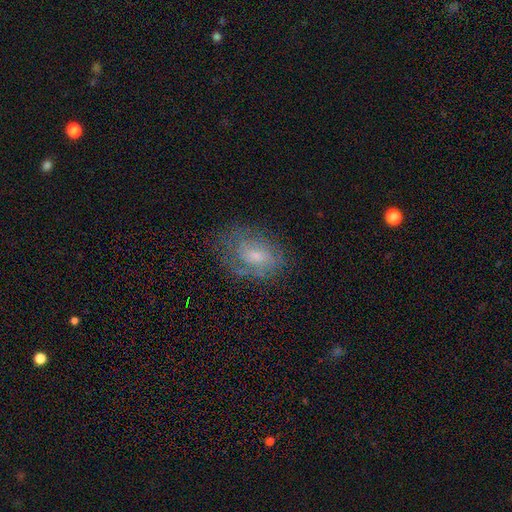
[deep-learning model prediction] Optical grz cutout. It shows a featured or disk galaxy (53%) with no bar (57%), spiral arms (65%) and a small central bulge (52%). Merging: none (59%).